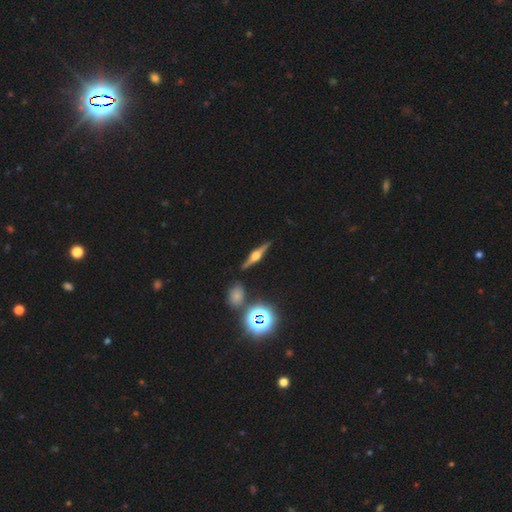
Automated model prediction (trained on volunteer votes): This is clearly a featured or disk galaxy (81%). It is clearly viewed edge-on (97%). Edge-on bulge: clearly rounded (95%). Merging: clearly none (89%).